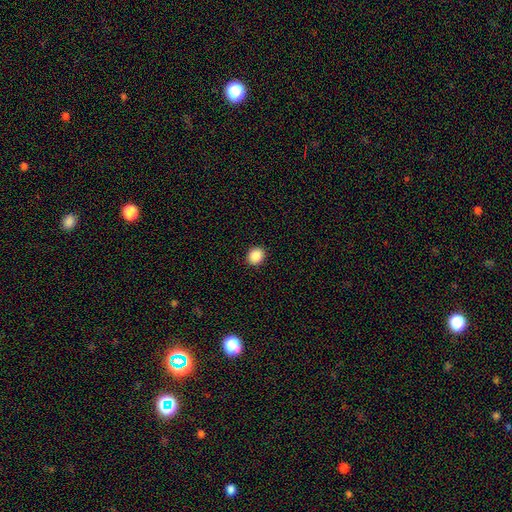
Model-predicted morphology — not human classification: smooth 88%, star or artifact 9%, featured or disk 3%. Down the decision tree: how rounded — round (73%); merging — none (92%).